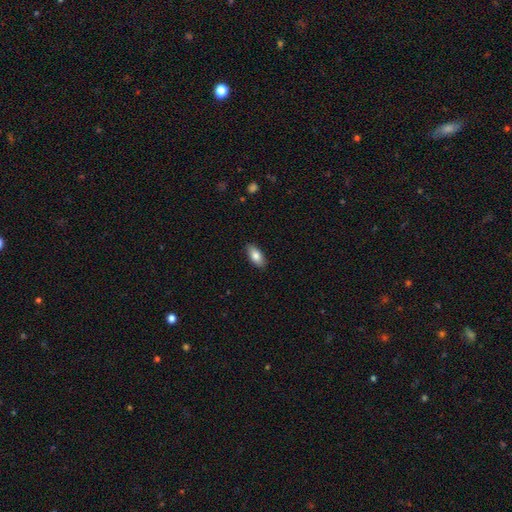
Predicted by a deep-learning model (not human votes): This appears to be a smooth galaxy with no disk features (83%) that is in between round and cigar-shaped (89%). Merging: none (88%).